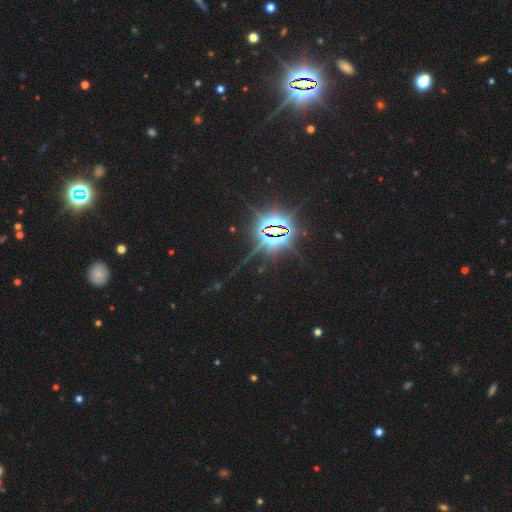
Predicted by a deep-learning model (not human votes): A star or artifact, not a galaxy (85%).

Vote fractions:
- Smooth or featured? star or artifact: 85% / smooth: 8% / featured or disk: 6%